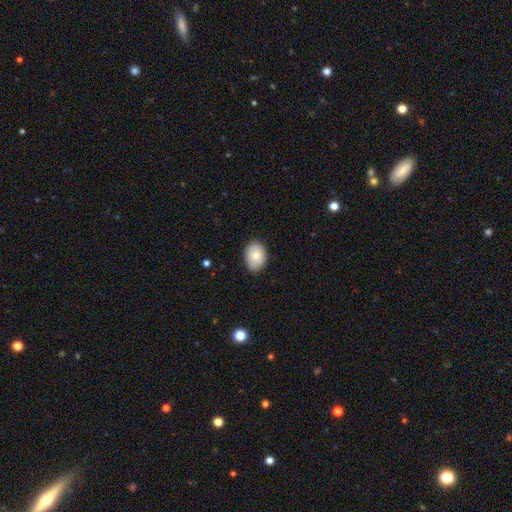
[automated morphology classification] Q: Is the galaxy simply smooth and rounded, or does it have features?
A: smooth — 81%.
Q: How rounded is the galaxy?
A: in between — 80%.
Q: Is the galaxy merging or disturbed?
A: none — 84%.